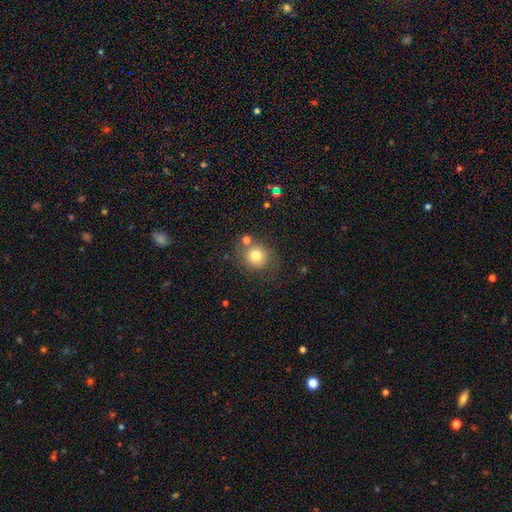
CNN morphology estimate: The model was most divided on "merging": none: 73%, minor disturbance: 12%, merger: 11%, major disturbance: 5%. More confident: how rounded — round (88%); smooth or featured — smooth (77%).